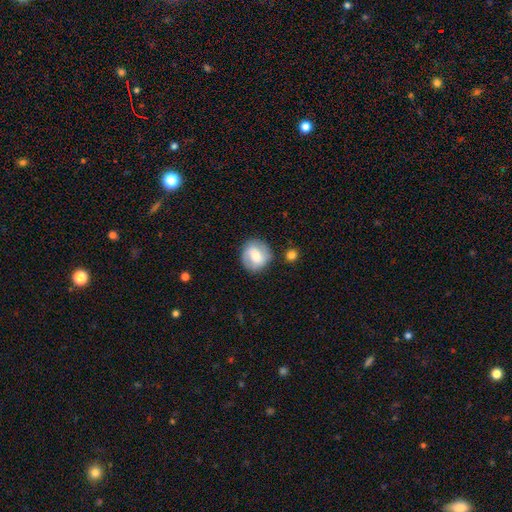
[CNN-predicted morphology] smooth 53%, featured or disk 40%, star or artifact 7%. Down the decision tree: how rounded — round (85%); merging — none (79%).